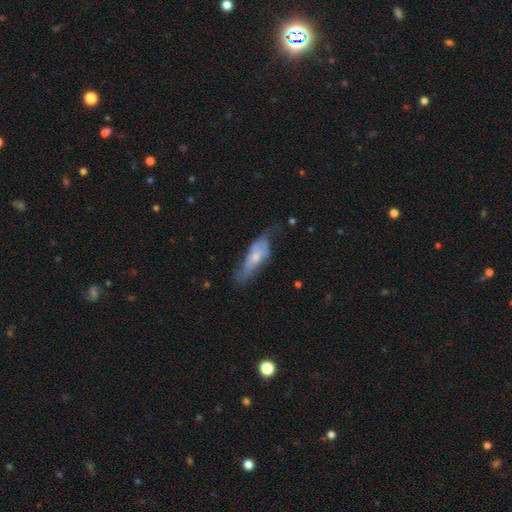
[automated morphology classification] smooth_or_featured: featured or disk (p=0.47) [alt: smooth p=0.46]
merging: none (p=0.38) [alt: minor disturbance p=0.34]